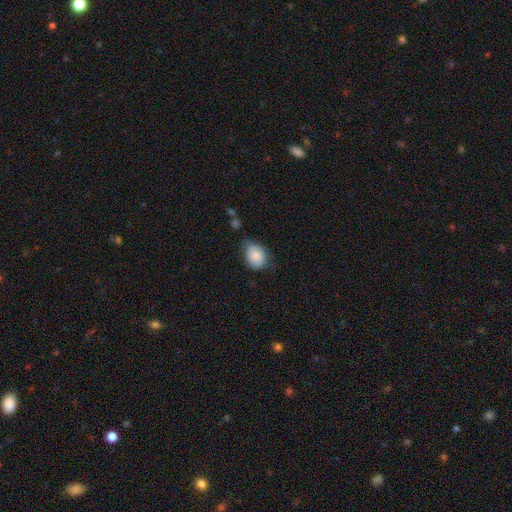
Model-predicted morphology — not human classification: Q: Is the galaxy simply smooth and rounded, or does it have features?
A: smooth — 82%.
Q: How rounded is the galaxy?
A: in between — 52%.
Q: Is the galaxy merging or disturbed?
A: none — 49%.